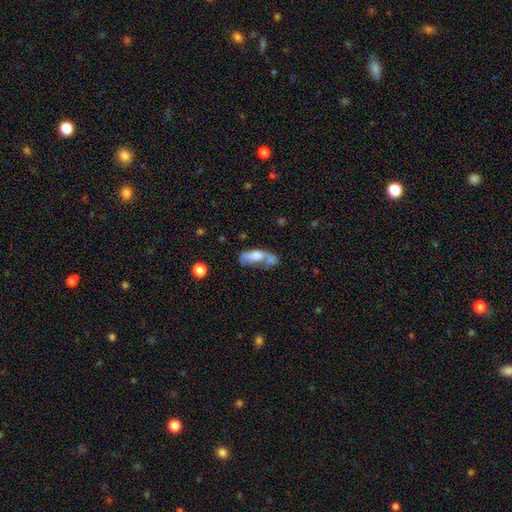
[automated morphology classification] Smooth or featured? smooth (65%)
How rounded? in between (72%)
Merging? merger (48%)